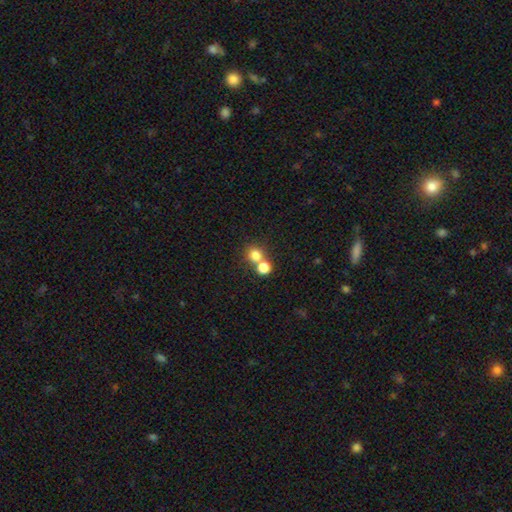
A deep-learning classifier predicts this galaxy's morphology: Smooth or featured: smooth — 78% (star or artifact — 14%)
How rounded: round — 83% (in between — 16%)
Merging: none — 49% (merger — 42%)